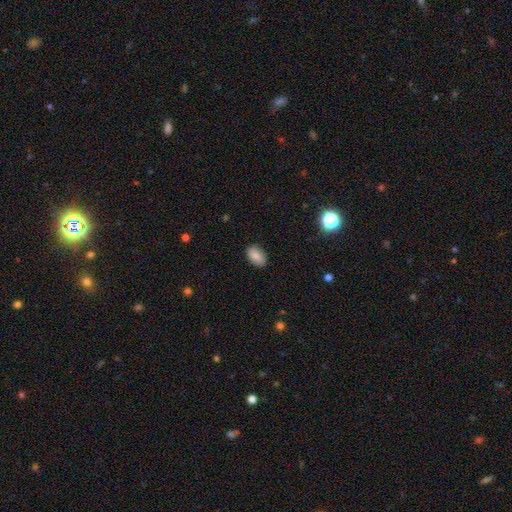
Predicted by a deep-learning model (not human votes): Smooth or featured? Predicted: smooth (p=0.85). How rounded? Predicted: in between (p=0.91). Merging? Predicted: none (p=0.84).